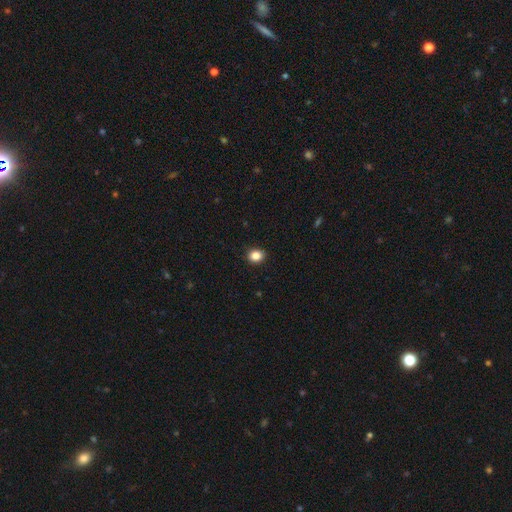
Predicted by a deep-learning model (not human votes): Smooth or featured? Predicted: smooth (p=0.86). How rounded? Predicted: round (p=0.68). Merging? Predicted: none (p=0.91).